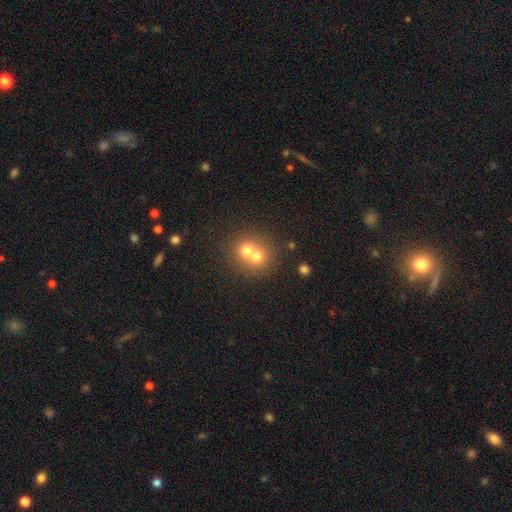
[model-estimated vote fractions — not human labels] Smooth or featured? smooth (66%)
How rounded? round (83%)
Merging? merger (62%)